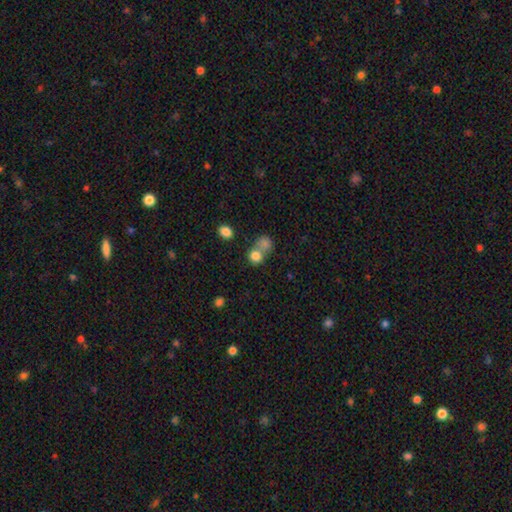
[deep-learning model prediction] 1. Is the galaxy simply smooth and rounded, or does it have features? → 81% smooth, 11% star or artifact, 8% featured or disk.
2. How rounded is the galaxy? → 80% round, 19% in between, 1% cigar-shaped.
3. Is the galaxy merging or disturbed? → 47% merger, 42% none, 7% minor disturbance, 4% major disturbance.